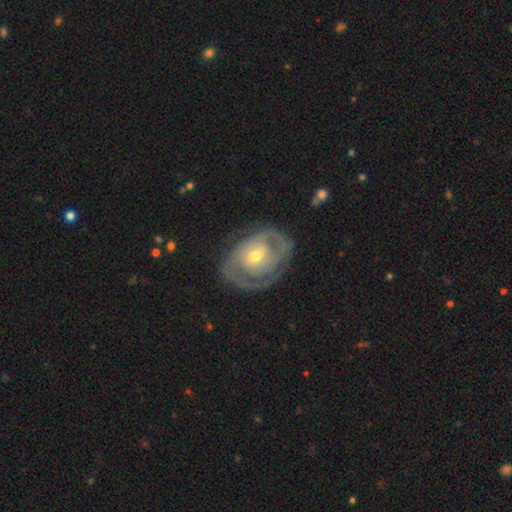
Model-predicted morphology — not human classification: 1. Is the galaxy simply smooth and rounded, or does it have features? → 77% featured or disk, 17% smooth, 5% star or artifact.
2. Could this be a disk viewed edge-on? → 96% no, 4% yes.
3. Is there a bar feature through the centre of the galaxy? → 67% no, 26% weak, 7% strong.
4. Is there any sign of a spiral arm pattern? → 77% yes, 23% no.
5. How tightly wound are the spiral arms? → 61% tight, 29% medium, 10% loose.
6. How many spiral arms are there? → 41% 2, 31% can't tell, 14% 1, 9% 3, 3% 4, 3% more than 4.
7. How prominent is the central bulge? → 49% small, 47% moderate, 3% large, 1% none, 1% dominant.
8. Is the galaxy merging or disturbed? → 67% none, 20% minor disturbance, 12% major disturbance, 2% merger.